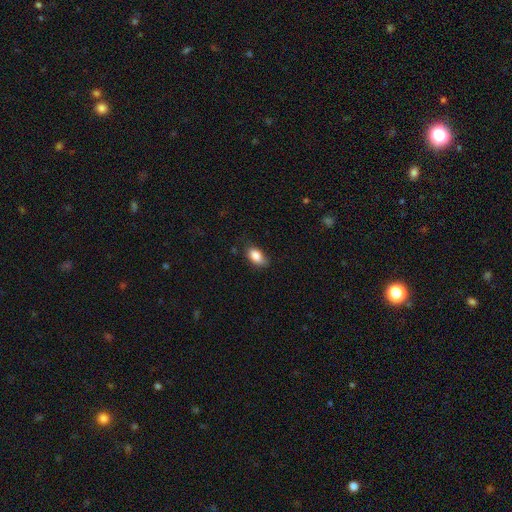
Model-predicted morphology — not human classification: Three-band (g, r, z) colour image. It shows a smooth galaxy with no disk features (86%) that is in between round and cigar-shaped (91%). Merging: none (73%).